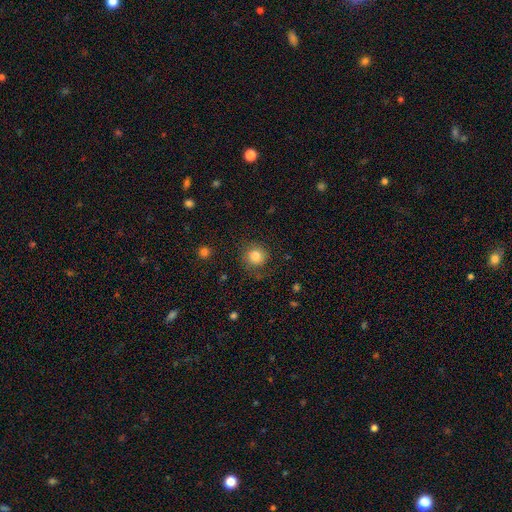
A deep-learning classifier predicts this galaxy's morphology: Q: Smooth or featured?
A: smooth (81%); runner-up: star or artifact (11%)
Q: How rounded?
A: round (92%); runner-up: in between (7%)
Q: Merging?
A: none (80%); runner-up: minor disturbance (12%)